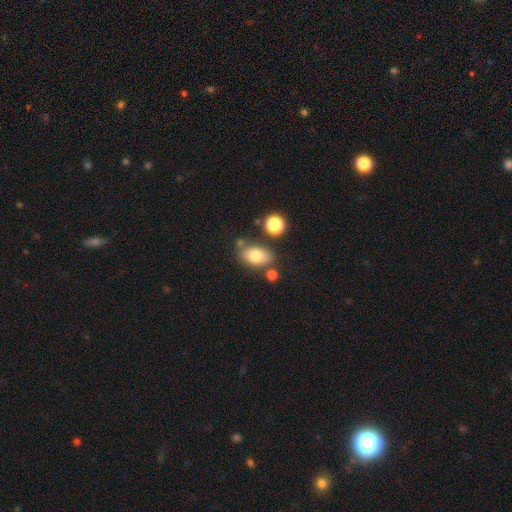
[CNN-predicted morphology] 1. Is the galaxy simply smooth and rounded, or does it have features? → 79% smooth, 12% featured or disk, 9% star or artifact.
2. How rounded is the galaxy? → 88% in between, 9% round, 3% cigar-shaped.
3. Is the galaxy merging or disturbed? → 68% none, 16% minor disturbance, 11% merger, 5% major disturbance.